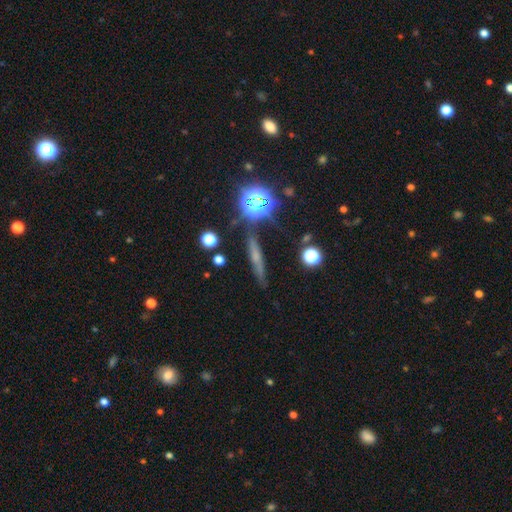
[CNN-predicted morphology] Smooth or featured? Predicted: smooth (p=0.40). Merging? Predicted: none (p=0.84).